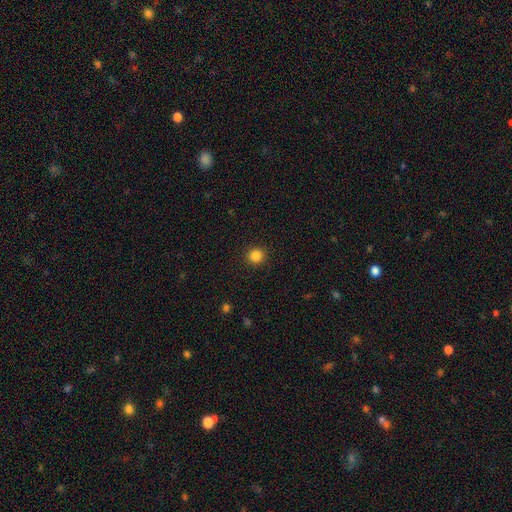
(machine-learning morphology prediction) A smooth galaxy with no disk features (84%) that is round (92%). Merging: none (92%).